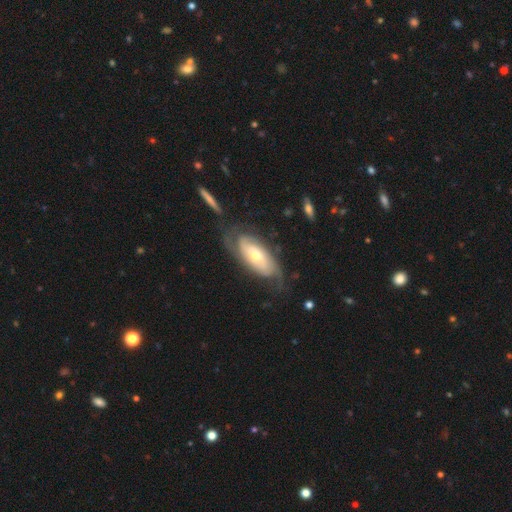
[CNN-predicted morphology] A featured or disk galaxy (78%) with no bar (67%), 2 (58%) tight (54%) spiral arms (91%) and a moderate central bulge (53%).

Vote fractions:
- Smooth or featured? featured or disk: 78% / smooth: 17% / star or artifact: 5%
- Edge-on disk? no: 91% / yes: 9%
- Bar? no: 67% / weak: 24% / strong: 9%
- Spiral arms? yes: 91% / no: 9%
- Spiral winding? tight: 54% / medium: 31% / loose: 15%
- Spiral arm count? 2: 58% / can't tell: 26% / 3: 7% / 1: 4% / 4: 3% / more than 4: 2%
- Bulge size? moderate: 53% / small: 41% / large: 5% / dominant: 1% / none: 1%
- Merging? none: 64% / minor disturbance: 20% / major disturbance: 13% / merger: 3%